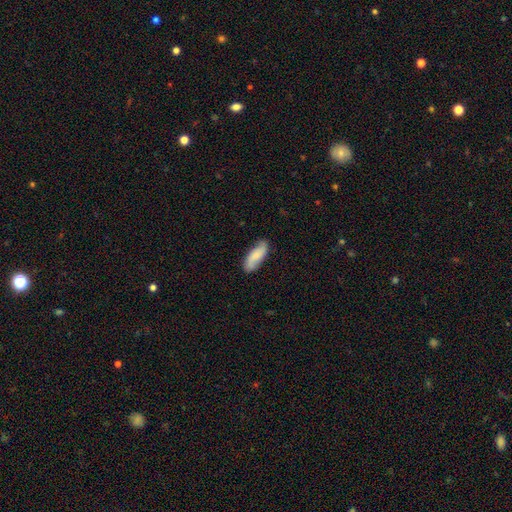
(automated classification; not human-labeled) A smooth galaxy with no disk features (65%) that is in between round and cigar-shaped (69%). Merging: none (80%).